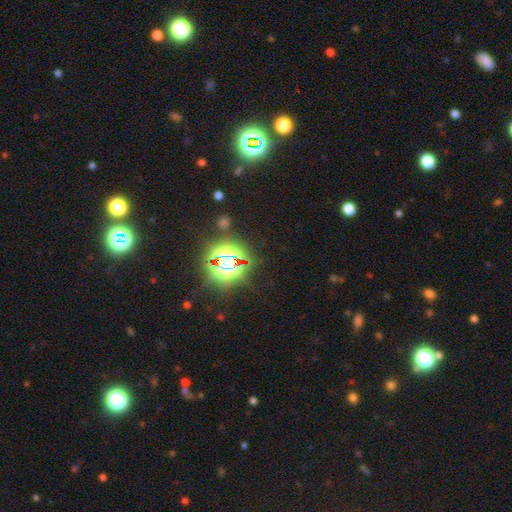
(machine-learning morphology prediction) smooth-or-featured: star or artifact: 80% | smooth: 14% | featured or disk: 6%